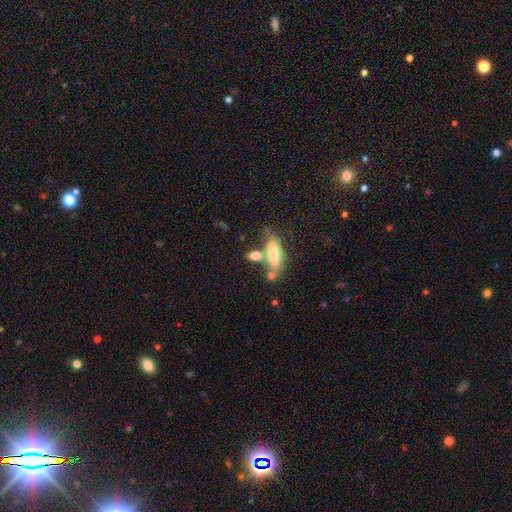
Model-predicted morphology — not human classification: smooth 73%, featured or disk 19%, star or artifact 8%. Down the decision tree: how rounded — in between (59%); merging — none (49%).